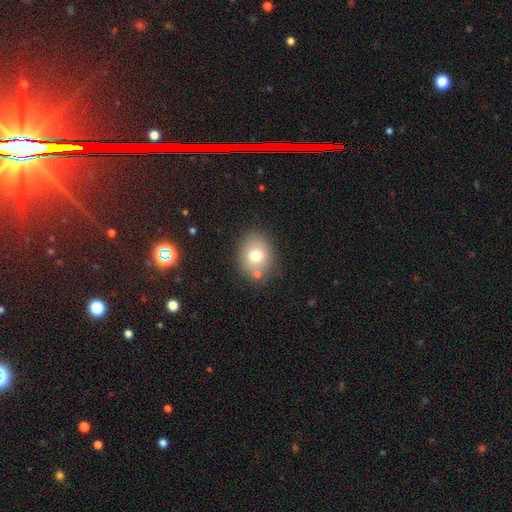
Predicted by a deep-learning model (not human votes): smooth_or_featured: smooth (p=0.73) [alt: featured or disk p=0.15]
how_rounded: round (p=0.52) [alt: in between p=0.47]
merging: none (p=0.76) [alt: minor disturbance p=0.12]